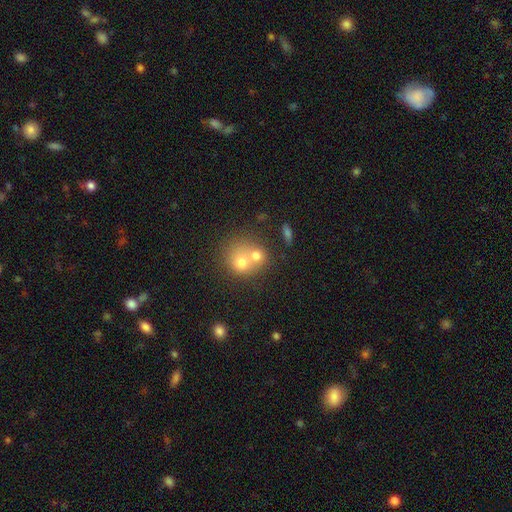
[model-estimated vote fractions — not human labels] smooth-or-featured: smooth: 67% | featured or disk: 21% | star or artifact: 11%
  how-rounded: round: 73% | in between: 26% | cigar-shaped: 1%
  merging: merger: 65% | none: 25% | minor disturbance: 7% | major disturbance: 3%